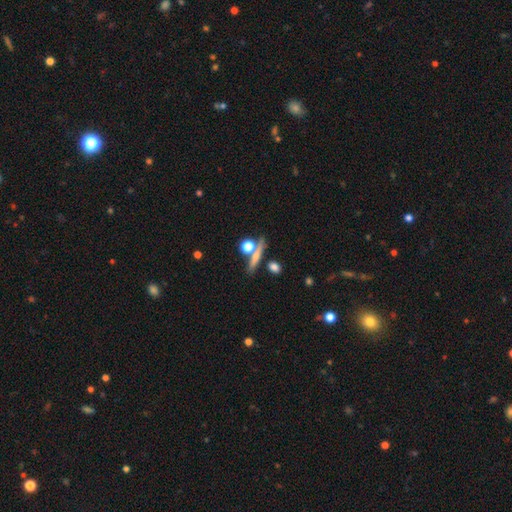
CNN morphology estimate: Q: Smooth or featured?
A: smooth (60%); runner-up: featured or disk (27%)
Q: How rounded?
A: cigar-shaped (50%); runner-up: round (31%)
Q: Merging?
A: none (64%); runner-up: merger (19%)